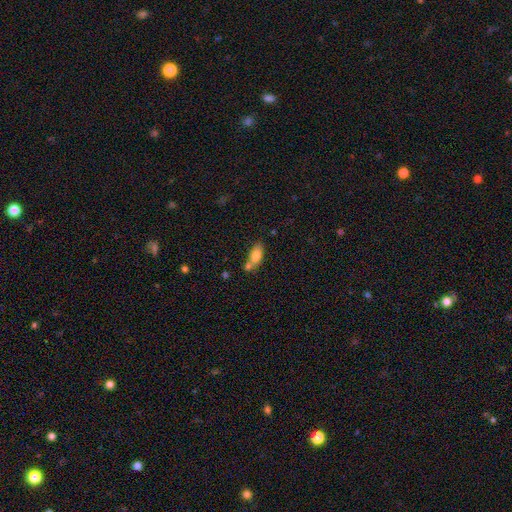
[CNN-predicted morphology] smooth-or-featured: smooth: 78% | featured or disk: 14% | star or artifact: 8%
  how-rounded: in between: 82% | cigar-shaped: 14% | round: 4%
  merging: none: 47% | merger: 34% | minor disturbance: 15% | major disturbance: 4%